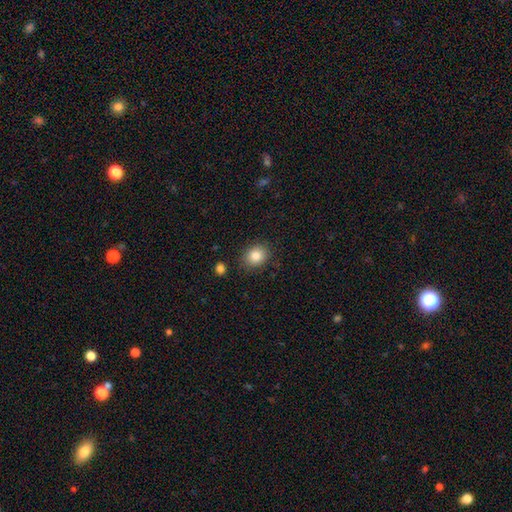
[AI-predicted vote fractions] This is clearly a smooth galaxy (84%). How rounded: possibly round (55%). Merging: clearly none (85%).